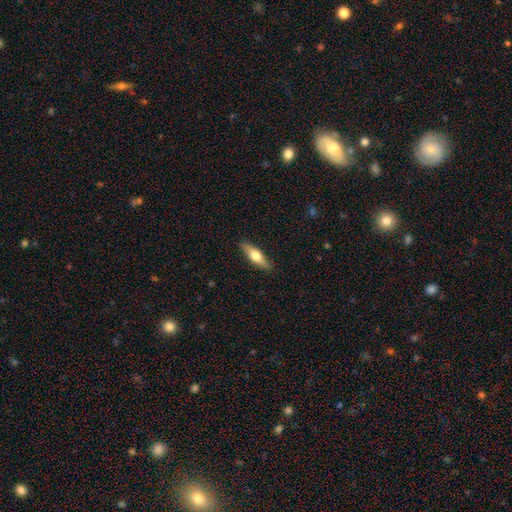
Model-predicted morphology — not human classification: smooth 58%, featured or disk 37%, star or artifact 6%. Down the decision tree: how rounded — cigar-shaped (55%); merging — none (88%).